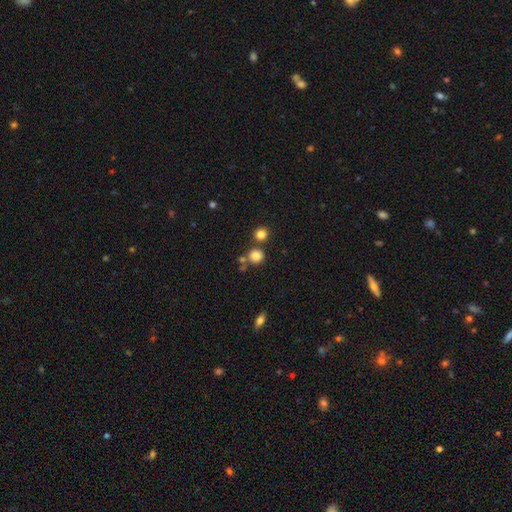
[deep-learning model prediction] smooth-or-featured: smooth: 81% | star or artifact: 12% | featured or disk: 6%
  how-rounded: round: 87% | in between: 13% | cigar-shaped: 1%
  merging: none: 69% | merger: 18% | minor disturbance: 9% | major disturbance: 3%